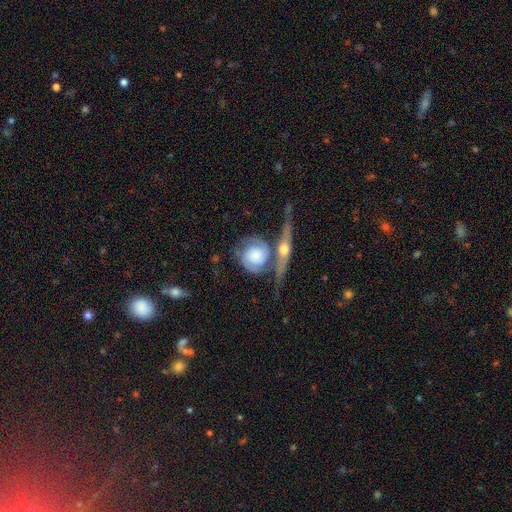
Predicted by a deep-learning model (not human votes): Smooth or featured?
  - featured or disk: 73% *
  - smooth: 22%
  - star or artifact: 5%
Edge-on disk?
  - no: 84% *
  - yes: 16%
Bar?
  - no: 75% *
  - weak: 19%
  - strong: 6%
Spiral arms?
  - yes: 89% *
  - no: 11%
Spiral winding?
  - tight: 49% *
  - medium: 35%
  - loose: 16%
Spiral arm count?
  - 2: 79% *
  - can't tell: 11%
  - 1: 4%
  - 3: 3%
  - 4: 2%
  - more than 4: 1%
Bulge size?
  - moderate: 32% *
  - small: 31%
  - large: 22%
  - none: 9%
  - dominant: 6%
Merging?
  - merger: 38% *
  - none: 34%
  - minor disturbance: 16%
  - major disturbance: 11%